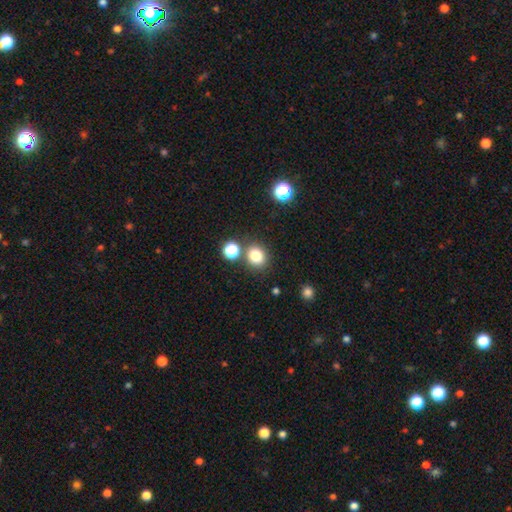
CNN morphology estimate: Smooth or featured? smooth (80%)
How rounded? round (76%)
Merging? none (76%)